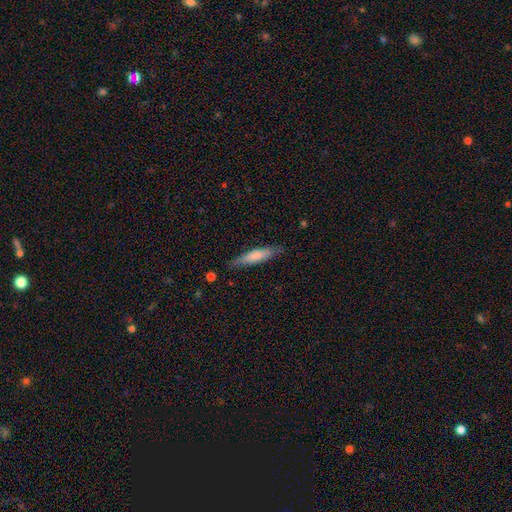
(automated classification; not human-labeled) The model was most divided on "smooth or featured": smooth: 70%, featured or disk: 24%, star or artifact: 6%. More confident: merging — none (82%); how rounded — cigar-shaped (80%).